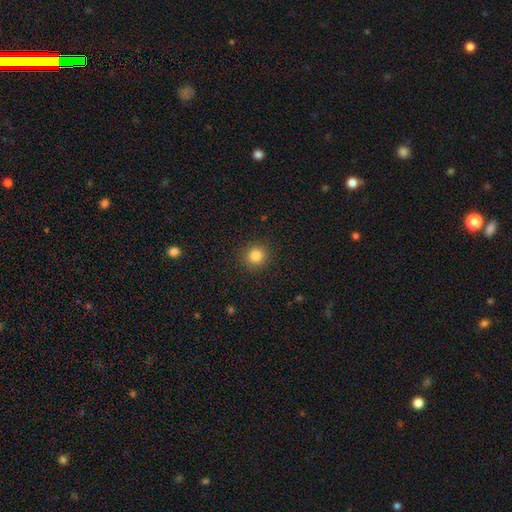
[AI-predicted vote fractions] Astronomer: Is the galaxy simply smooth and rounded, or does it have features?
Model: smooth — 83%.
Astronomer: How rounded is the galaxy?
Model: round — 92%.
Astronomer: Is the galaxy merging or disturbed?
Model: none — 91%.